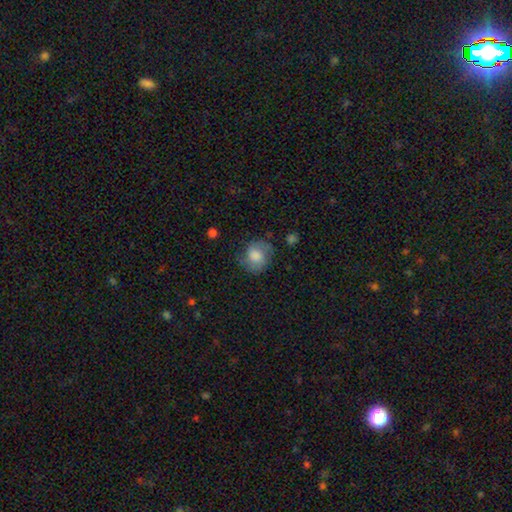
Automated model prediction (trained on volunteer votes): The model was most divided on "smooth or featured": smooth: 64%, featured or disk: 27%, star or artifact: 9%. More confident: how rounded — round (72%); merging — none (63%).